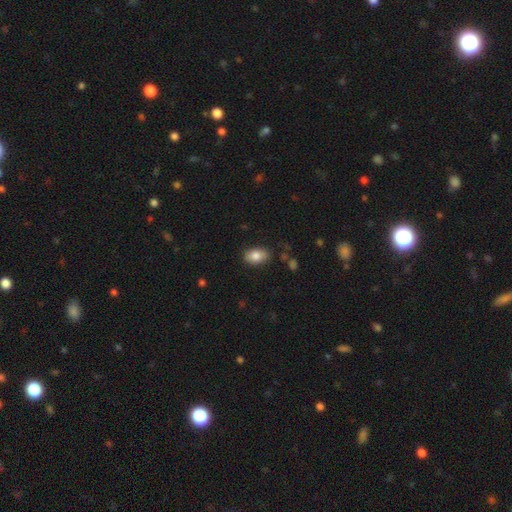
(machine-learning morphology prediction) A smooth galaxy with no disk features (82%) that is in between round and cigar-shaped (88%). Merging: none (83%).